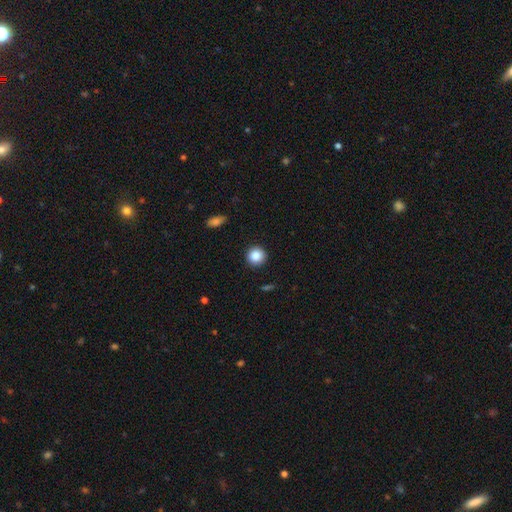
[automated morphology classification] Overall: smooth (87%). How rounded: round (94%). Merging: none (91%).